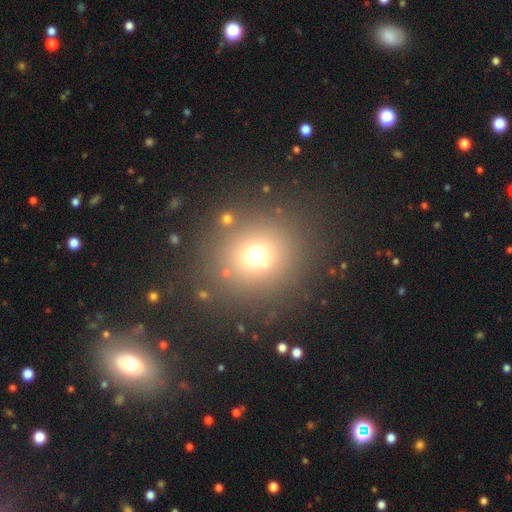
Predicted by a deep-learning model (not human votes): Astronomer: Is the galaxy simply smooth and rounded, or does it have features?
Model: smooth — 66%.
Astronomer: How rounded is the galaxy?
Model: round — 89%.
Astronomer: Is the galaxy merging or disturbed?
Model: none — 81%.